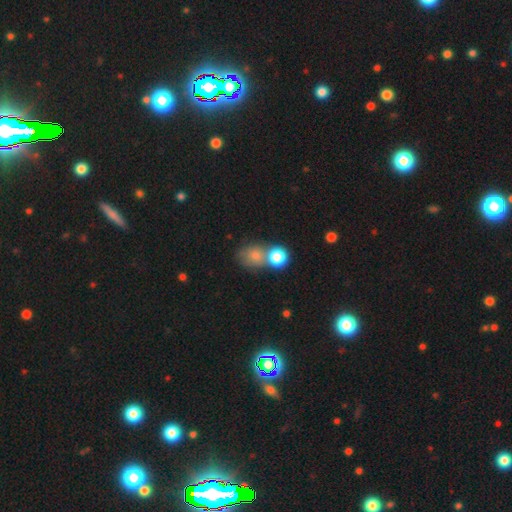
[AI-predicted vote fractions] smooth_or_featured: smooth (p=0.74) [alt: star or artifact p=0.14]
how_rounded: round (p=0.60) [alt: in between p=0.39]
merging: merger (p=0.44) [alt: none p=0.38]